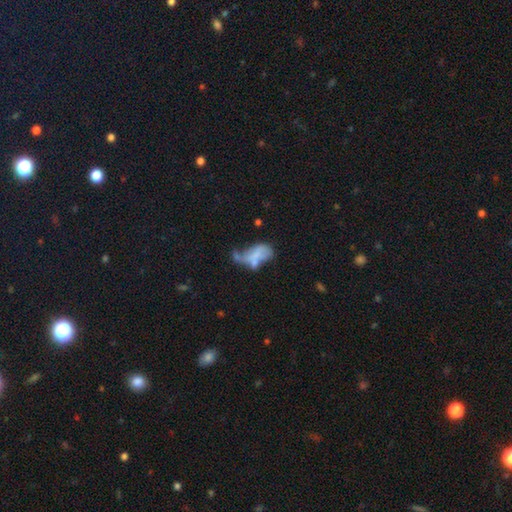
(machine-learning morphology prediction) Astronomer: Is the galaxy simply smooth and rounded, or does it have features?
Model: smooth — 54% (runner-up: featured or disk, 35%).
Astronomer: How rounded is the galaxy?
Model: in between — 90%.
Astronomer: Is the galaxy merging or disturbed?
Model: major disturbance — 34% (runner-up: merger, 26%).